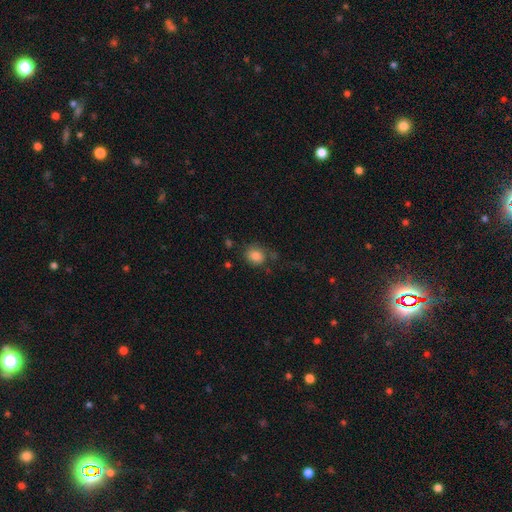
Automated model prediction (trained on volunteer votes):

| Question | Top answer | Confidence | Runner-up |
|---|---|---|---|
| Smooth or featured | smooth | 85% | star or artifact (10%) |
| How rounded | round | 61% | in between (38%) |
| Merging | none | 67% | minor disturbance (19%) |